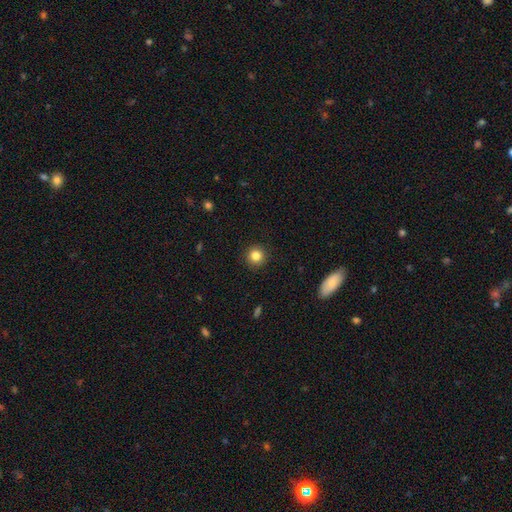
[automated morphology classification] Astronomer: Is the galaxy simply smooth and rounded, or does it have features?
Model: smooth — 84%.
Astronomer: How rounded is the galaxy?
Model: round — 94%.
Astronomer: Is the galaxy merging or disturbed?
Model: none — 92%.